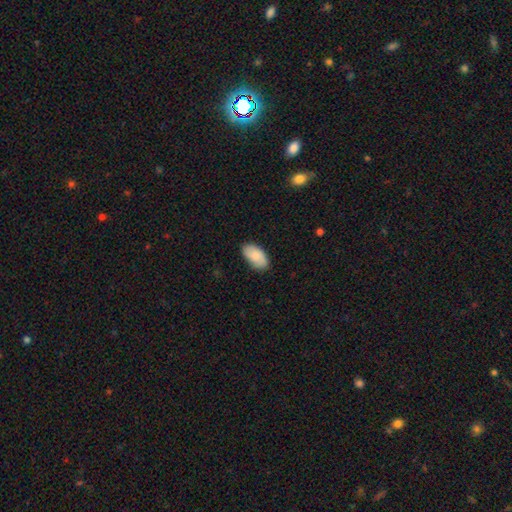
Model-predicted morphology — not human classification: smooth-or-featured: smooth: 83% | featured or disk: 11% | star or artifact: 6%
  how-rounded: in between: 95% | round: 3% | cigar-shaped: 2%
  merging: none: 79% | minor disturbance: 17% | major disturbance: 3% | merger: 1%